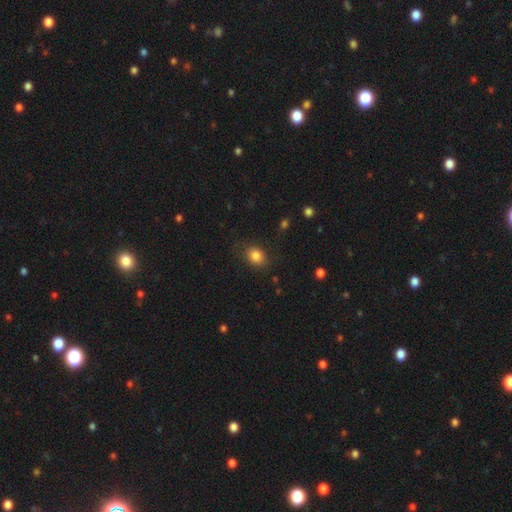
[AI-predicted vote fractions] smooth_or_featured: smooth (p=0.84) [alt: star or artifact p=0.10]
how_rounded: round (p=0.53) [alt: in between p=0.46]
merging: none (p=0.79) [alt: minor disturbance p=0.14]